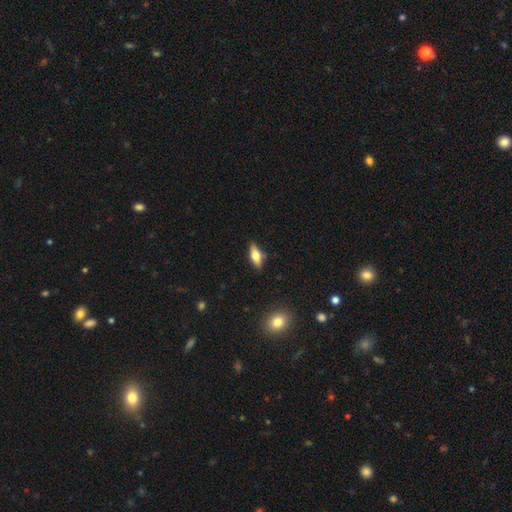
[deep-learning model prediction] Smooth or featured?
  - smooth: 55% *
  - featured or disk: 38%
  - star or artifact: 7%
How rounded?
  - in between: 64% *
  - cigar-shaped: 32%
  - round: 3%
Merging?
  - none: 85% *
  - minor disturbance: 11%
  - major disturbance: 2%
  - merger: 2%